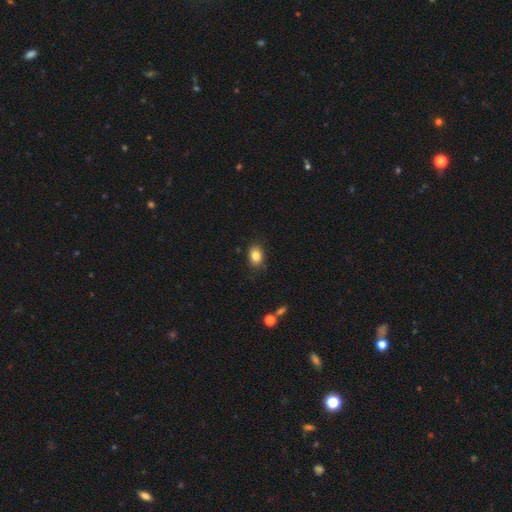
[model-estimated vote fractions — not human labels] Overall: smooth (84%). How rounded: in between (74%). Merging: none (85%).